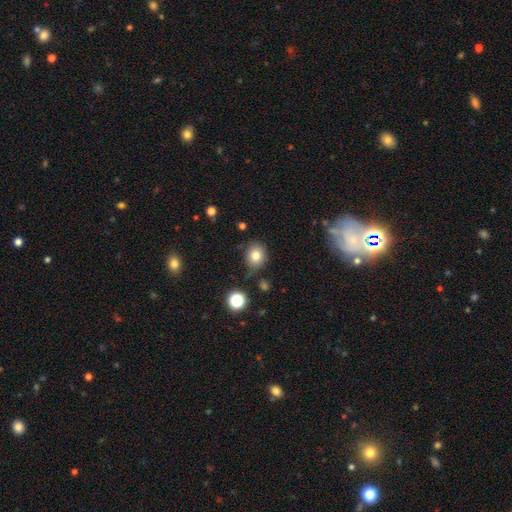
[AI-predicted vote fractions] smooth-or-featured: smooth: 79% | star or artifact: 12% | featured or disk: 9%
  how-rounded: round: 72% | in between: 27% | cigar-shaped: 1%
  merging: none: 72% | minor disturbance: 19% | major disturbance: 5% | merger: 4%